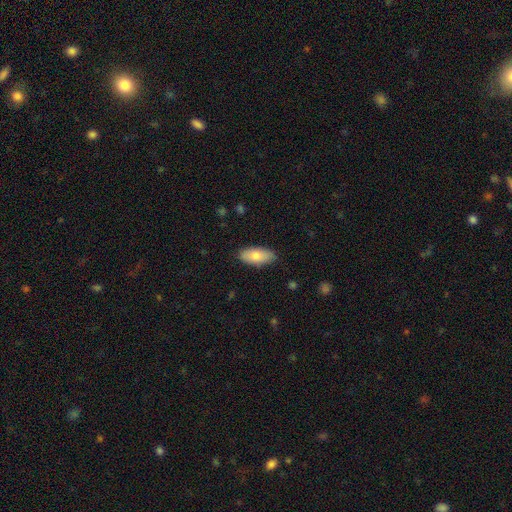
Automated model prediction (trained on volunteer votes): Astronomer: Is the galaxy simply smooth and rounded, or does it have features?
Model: smooth — 79%.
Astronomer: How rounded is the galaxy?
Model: in between — 87%.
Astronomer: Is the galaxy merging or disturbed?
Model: none — 86%.